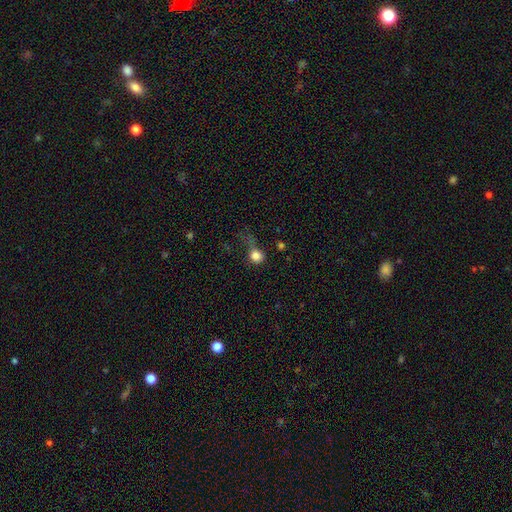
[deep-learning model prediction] Q: Smooth or featured?
A: smooth (81%); runner-up: star or artifact (11%)
Q: How rounded?
A: round (83%); runner-up: in between (15%)
Q: Merging?
A: none (40%); runner-up: major disturbance (31%)